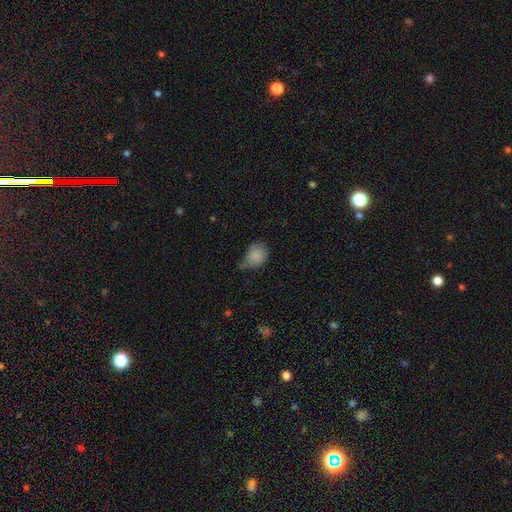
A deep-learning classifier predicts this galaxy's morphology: Smooth or featured? smooth (84%)
How rounded? round (53%)
Merging? none (44%)